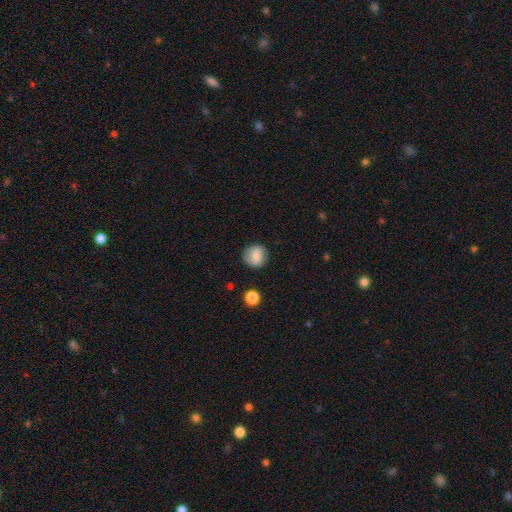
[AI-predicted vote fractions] The model was most divided on "smooth or featured": smooth: 71%, featured or disk: 21%, star or artifact: 9%. More confident: how rounded — round (87%); merging — none (80%).